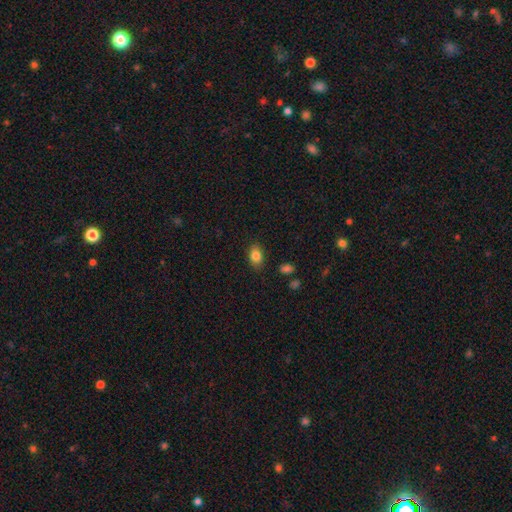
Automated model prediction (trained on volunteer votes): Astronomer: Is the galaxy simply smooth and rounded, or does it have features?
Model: smooth — 84%.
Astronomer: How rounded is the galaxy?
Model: in between — 82%.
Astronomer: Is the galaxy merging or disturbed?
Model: none — 85%.